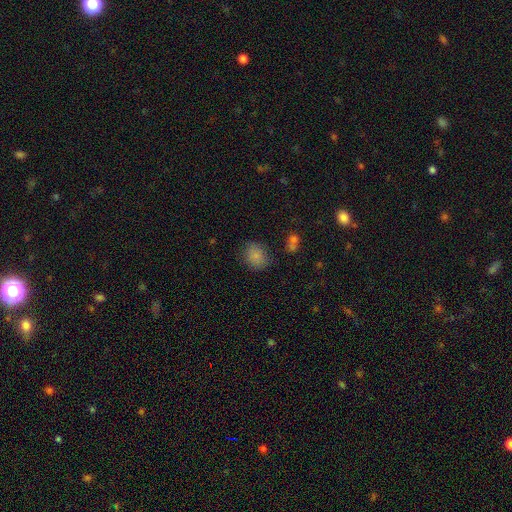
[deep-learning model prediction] A smooth galaxy with no disk features (81%) that is round (57%). Merging: none (74%).